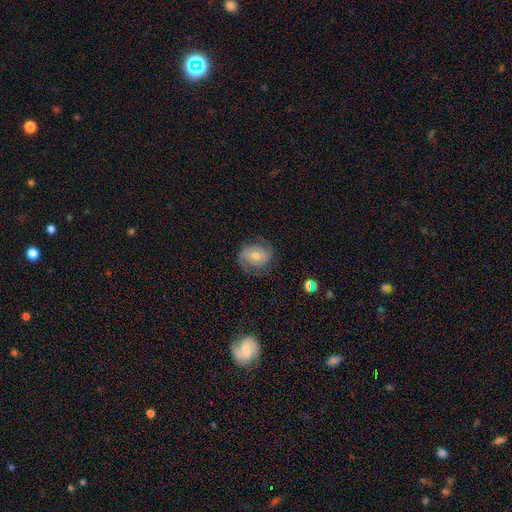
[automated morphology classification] This is likely a featured or disk galaxy (76%). It is clearly not viewed edge-on (97%). Bar: possibly no (57%). Spiral arm pattern: clearly yes (94%). Spiral arm count: likely 2 (77%). Spiral winding: possibly tight (47%). Central bulge: possibly moderate (57%). Merging: likely none (76%).